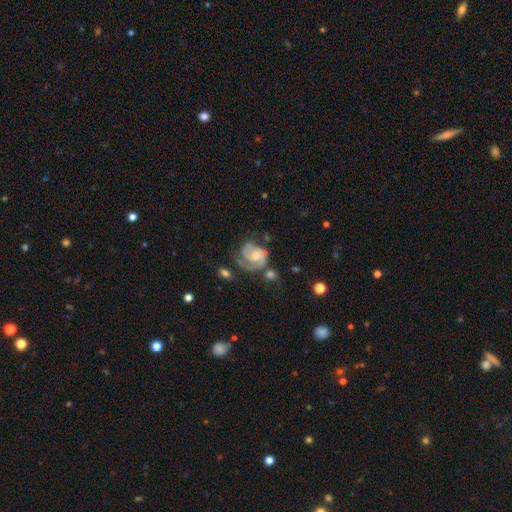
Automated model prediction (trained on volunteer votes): Q: Smooth or featured?
A: featured or disk (80%); runner-up: smooth (14%)
Q: Edge-on disk?
A: no (98%); runner-up: yes (2%)
Q: Bar?
A: no (66%); runner-up: weak (29%)
Q: Spiral arms?
A: yes (94%); runner-up: no (6%)
Q: Spiral winding?
A: tight (47%); runner-up: medium (40%)
Q: Spiral arm count?
A: 2 (45%); runner-up: 3 (23%)
Q: Bulge size?
A: moderate (49%); runner-up: small (43%)
Q: Merging?
A: none (46%); runner-up: minor disturbance (24%)